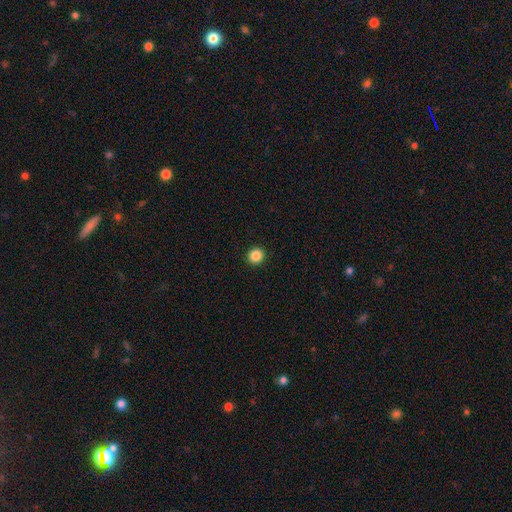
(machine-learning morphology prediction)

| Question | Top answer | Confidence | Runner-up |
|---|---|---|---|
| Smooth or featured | smooth | 87% | star or artifact (10%) |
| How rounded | round | 91% | in between (8%) |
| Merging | none | 93% | minor disturbance (4%) |